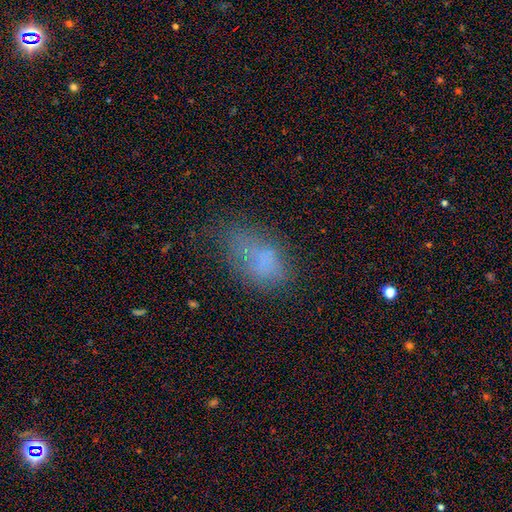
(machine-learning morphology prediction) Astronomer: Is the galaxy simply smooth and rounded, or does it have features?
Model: smooth — 66%.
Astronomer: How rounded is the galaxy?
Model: in between — 87%.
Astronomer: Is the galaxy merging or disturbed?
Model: none — 41% (runner-up: minor disturbance, 32%).